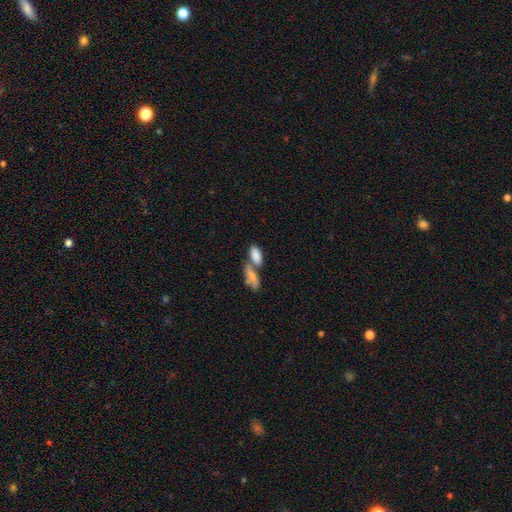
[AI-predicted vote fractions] smooth 79%, featured or disk 14%, star or artifact 7%. Down the decision tree: how rounded — in between (83%); merging — merger (57%).